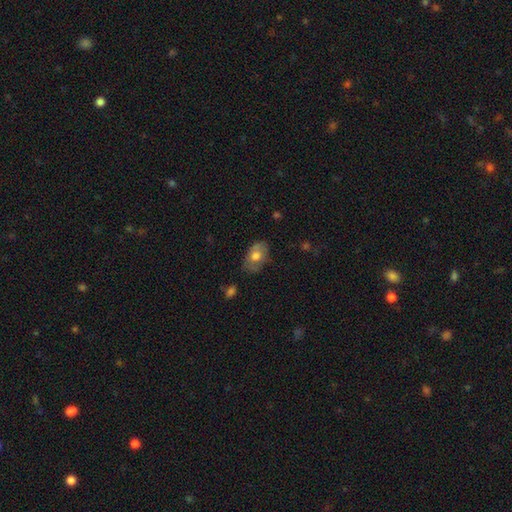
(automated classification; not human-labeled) smooth 63%, featured or disk 30%, star or artifact 7%. Down the decision tree: how rounded — in between (85%); merging — none (65%).